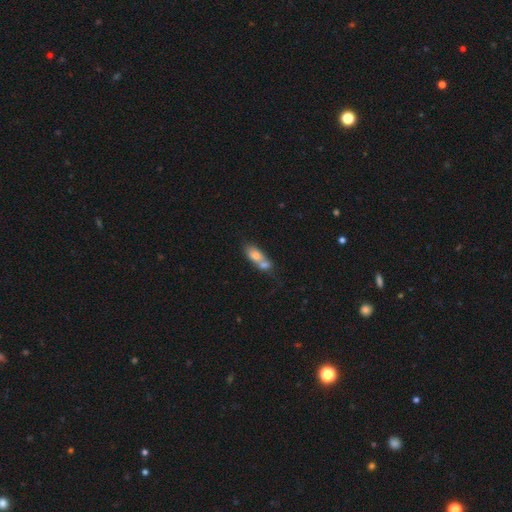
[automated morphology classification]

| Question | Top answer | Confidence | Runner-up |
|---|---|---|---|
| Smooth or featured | smooth | 68% | featured or disk (24%) |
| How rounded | in between | 74% | cigar-shaped (16%) |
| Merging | merger | 64% | none (23%) |